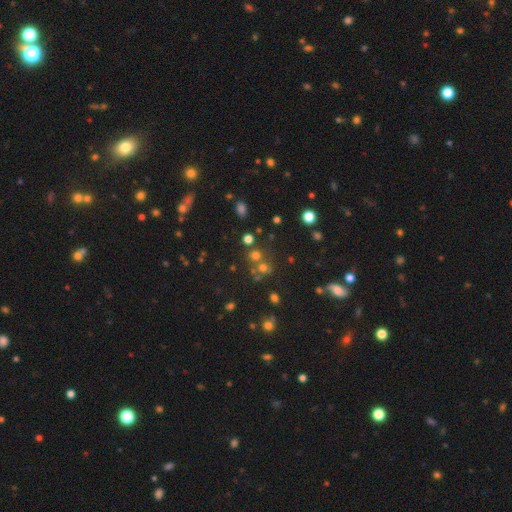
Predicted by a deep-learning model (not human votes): This is possibly a smooth galaxy (56%). How rounded: clearly round (85%). Merging: possibly none (58%).